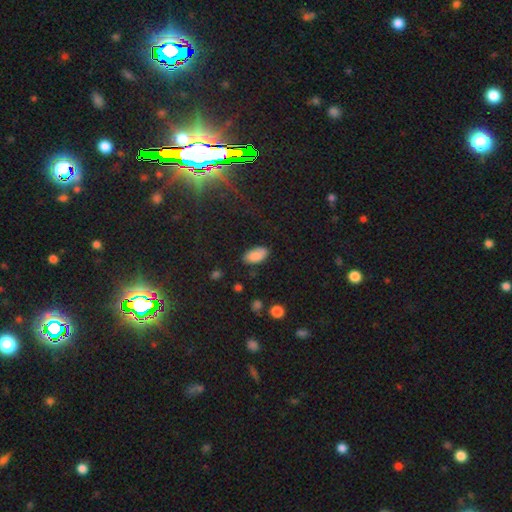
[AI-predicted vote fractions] The model was most divided on "merging": none: 81%, minor disturbance: 14%, major disturbance: 3%, merger: 2%. More confident: how rounded — in between (95%); smooth or featured — smooth (86%).